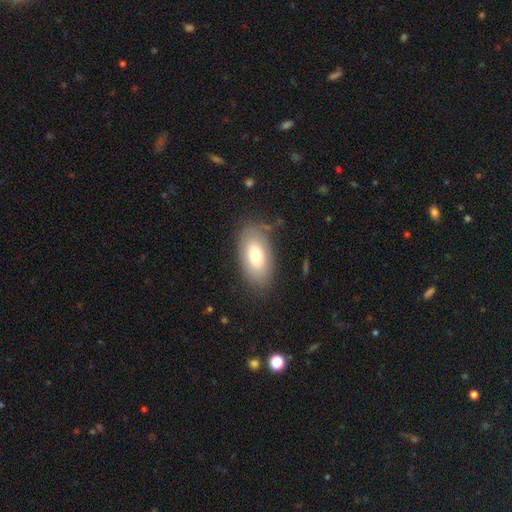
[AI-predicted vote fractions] Smooth or featured? smooth (75%)
How rounded? in between (93%)
Merging? none (80%)